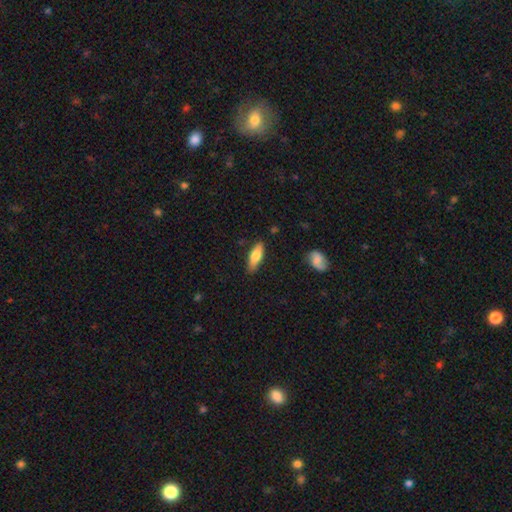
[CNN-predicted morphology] type=smooth (71%); roundness=in between (57%); merging=none (84%).